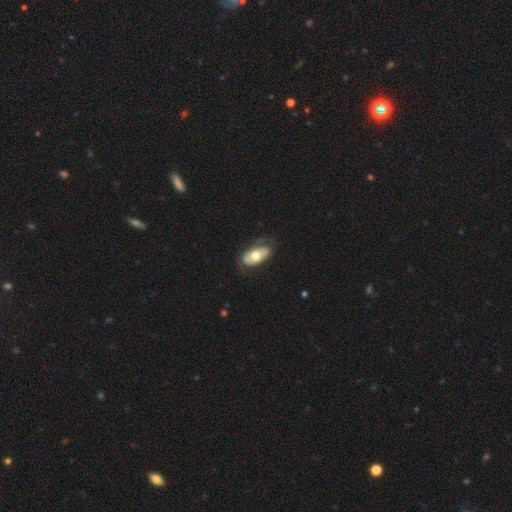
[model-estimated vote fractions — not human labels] Smooth or featured: smooth — 49% (featured or disk — 46%)
Merging: none — 66% (minor disturbance — 23%)